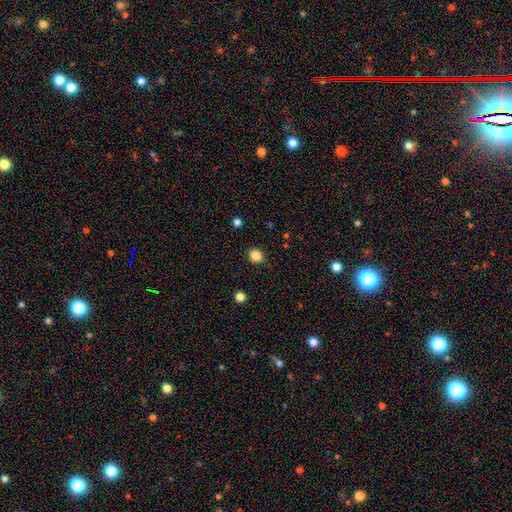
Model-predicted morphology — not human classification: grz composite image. It shows a smooth galaxy with no disk features (84%) that is round (78%). Merging: none (89%).